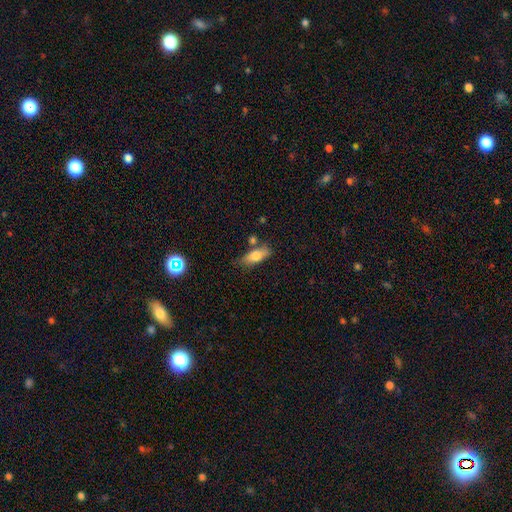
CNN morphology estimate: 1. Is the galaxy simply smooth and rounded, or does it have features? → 69% smooth, 23% featured or disk, 7% star or artifact.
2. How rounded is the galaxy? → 67% in between, 29% cigar-shaped, 4% round.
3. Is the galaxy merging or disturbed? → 64% none, 20% minor disturbance, 11% merger, 5% major disturbance.